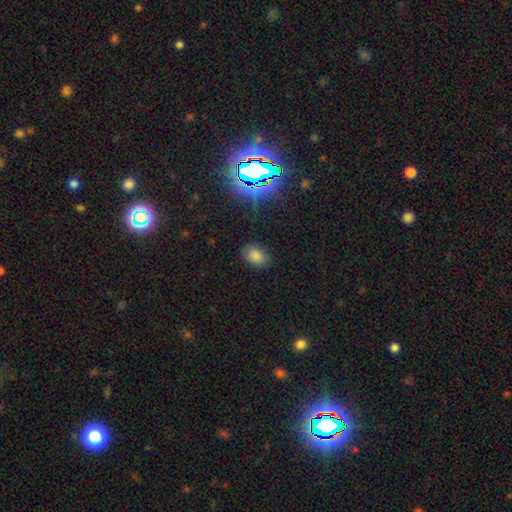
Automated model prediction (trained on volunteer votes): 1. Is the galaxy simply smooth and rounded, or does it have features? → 79% smooth, 15% star or artifact, 6% featured or disk.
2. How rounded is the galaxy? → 79% in between, 20% round, 1% cigar-shaped.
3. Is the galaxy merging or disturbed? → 84% none, 12% minor disturbance, 3% major disturbance, 1% merger.